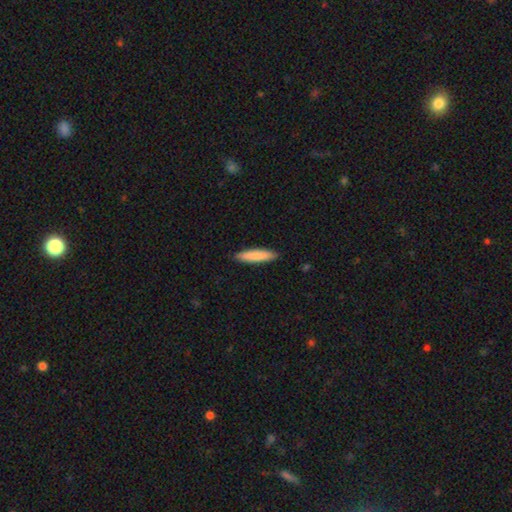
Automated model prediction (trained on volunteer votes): smooth-or-featured: smooth: 85% | featured or disk: 10% | star or artifact: 5%
  how-rounded: cigar-shaped: 83% | in between: 16% | round: 1%
  merging: none: 90% | minor disturbance: 8% | major disturbance: 1% | merger: 1%